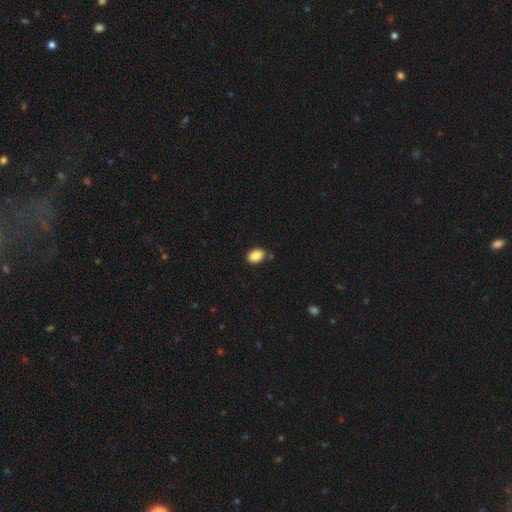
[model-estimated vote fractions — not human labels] Smooth or featured? smooth (87%)
How rounded? in between (86%)
Merging? none (82%)